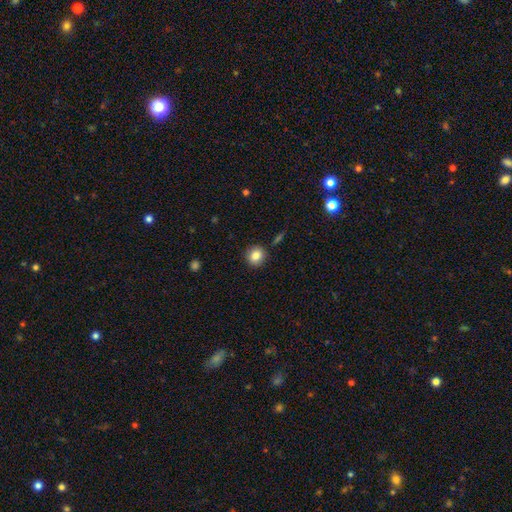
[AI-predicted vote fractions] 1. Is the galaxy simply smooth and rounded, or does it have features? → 84% smooth, 9% star or artifact, 7% featured or disk.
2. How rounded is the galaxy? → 89% round, 10% in between, 1% cigar-shaped.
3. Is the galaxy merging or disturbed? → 90% none, 6% minor disturbance, 2% merger, 2% major disturbance.